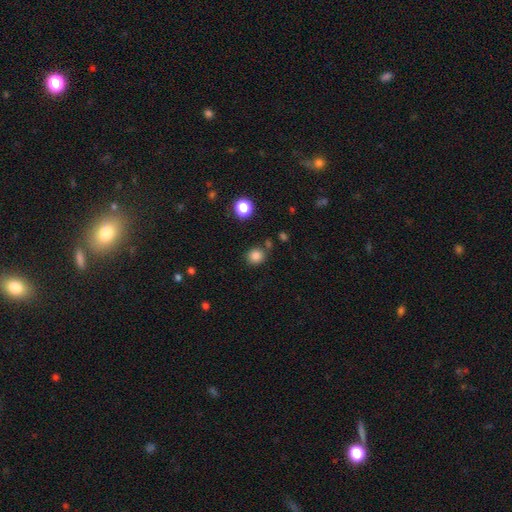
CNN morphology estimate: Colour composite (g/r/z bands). It shows a smooth galaxy with no disk features (83%) that is round (85%). Merging: none (79%).